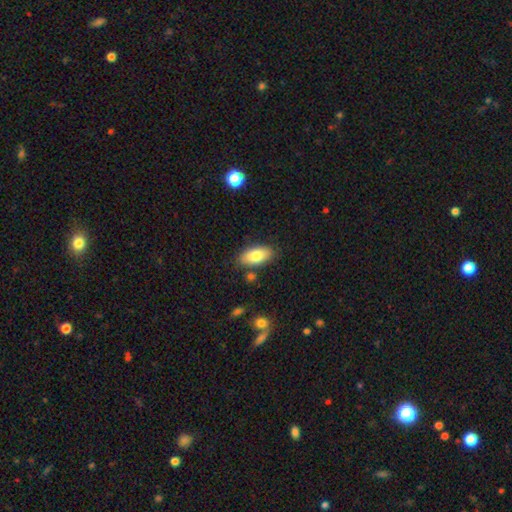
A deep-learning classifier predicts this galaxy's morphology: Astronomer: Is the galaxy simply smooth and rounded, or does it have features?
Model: smooth — 81%.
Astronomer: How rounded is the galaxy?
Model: in between — 92%.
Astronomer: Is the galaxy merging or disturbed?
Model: none — 81%.